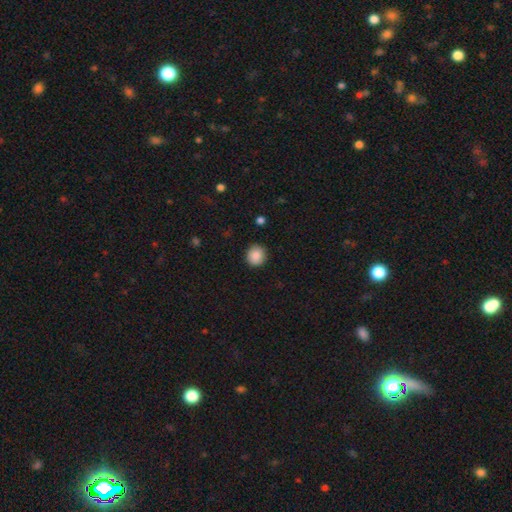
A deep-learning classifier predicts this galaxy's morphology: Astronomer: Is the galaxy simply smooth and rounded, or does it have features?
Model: smooth — 88%.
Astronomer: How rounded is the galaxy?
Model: round — 86%.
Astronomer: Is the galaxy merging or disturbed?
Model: none — 90%.